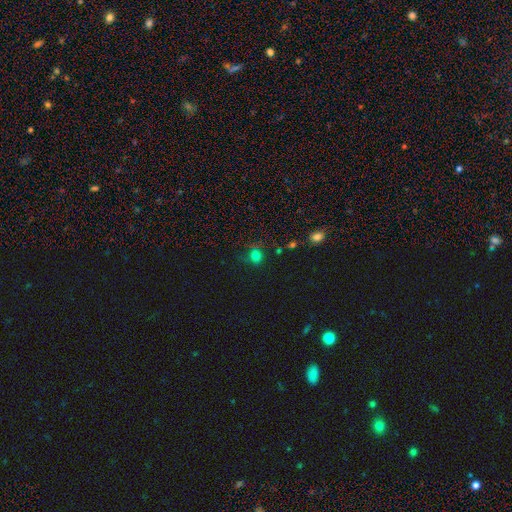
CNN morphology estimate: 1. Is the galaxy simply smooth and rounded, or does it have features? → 73% smooth, 21% star or artifact, 6% featured or disk.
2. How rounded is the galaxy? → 68% round, 31% in between, 1% cigar-shaped.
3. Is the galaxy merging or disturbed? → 68% none, 20% minor disturbance, 9% major disturbance, 3% merger.